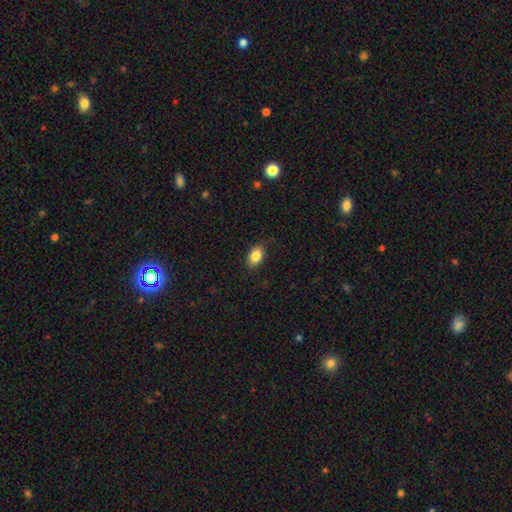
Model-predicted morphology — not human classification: Smooth or featured? smooth (85%)
How rounded? in between (87%)
Merging? none (84%)